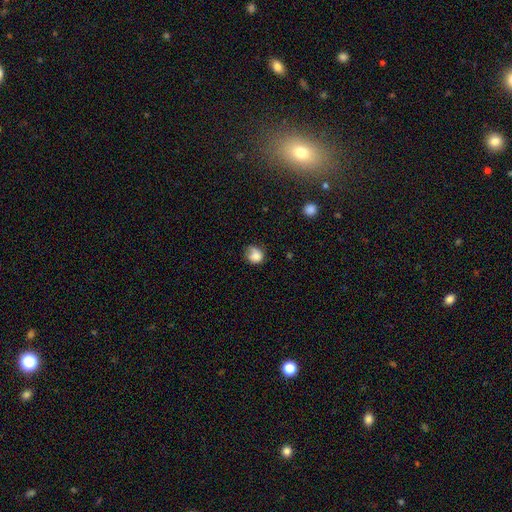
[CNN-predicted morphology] Smooth or featured?
  - smooth: 80% *
  - featured or disk: 10%
  - star or artifact: 10%
How rounded?
  - round: 68% *
  - in between: 31%
  - cigar-shaped: 1%
Merging?
  - none: 46% *
  - minor disturbance: 35%
  - major disturbance: 15%
  - merger: 4%